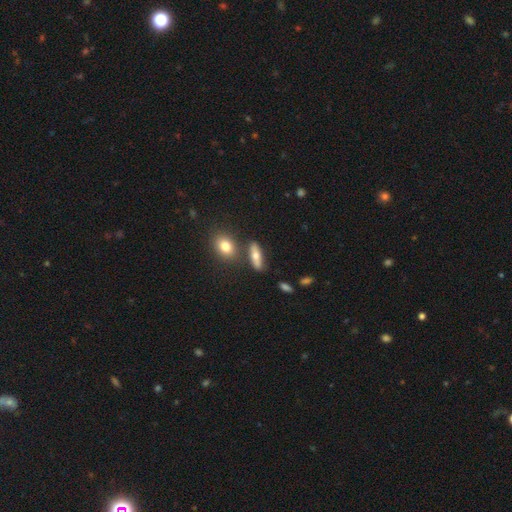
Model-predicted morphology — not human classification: The model was most divided on "how rounded" (2-way tie): in between: 47%, cigar-shaped: 47%, round: 6%. More confident: merging — none (75%); smooth or featured — smooth (58%).